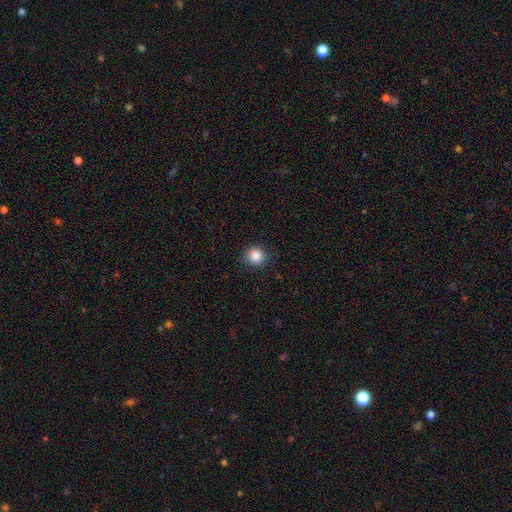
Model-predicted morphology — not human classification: type=smooth (86%); roundness=round (92%); merging=none (89%).